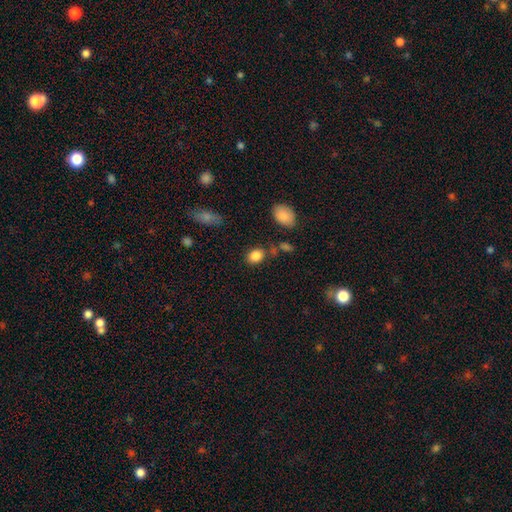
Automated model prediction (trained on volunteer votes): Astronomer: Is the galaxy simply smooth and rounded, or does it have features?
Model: smooth — 85%.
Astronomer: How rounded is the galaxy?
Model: in between — 51% (runner-up: round, 48%).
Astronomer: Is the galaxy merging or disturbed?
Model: none — 76%.